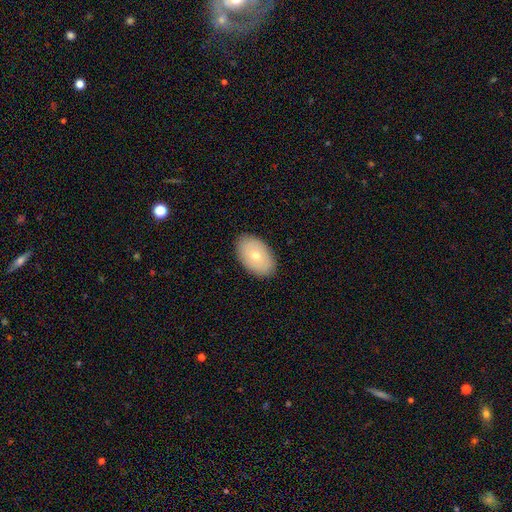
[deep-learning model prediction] Q: Smooth or featured?
A: smooth (69%); runner-up: featured or disk (25%)
Q: How rounded?
A: in between (91%); runner-up: round (8%)
Q: Merging?
A: none (88%); runner-up: minor disturbance (9%)